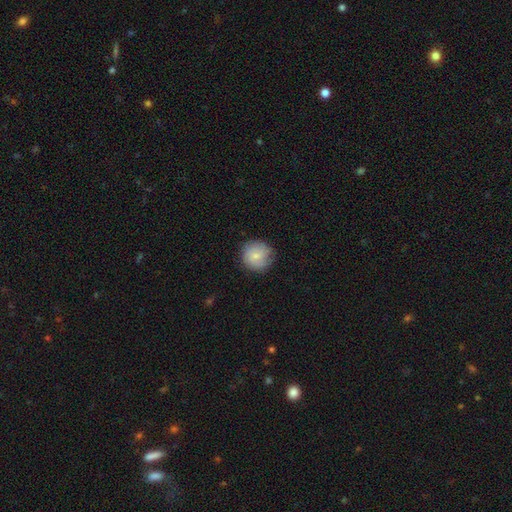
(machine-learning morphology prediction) smooth_or_featured: smooth (p=0.73) [alt: featured or disk p=0.20]
how_rounded: round (p=0.92) [alt: in between p=0.07]
merging: none (p=0.79) [alt: minor disturbance p=0.16]